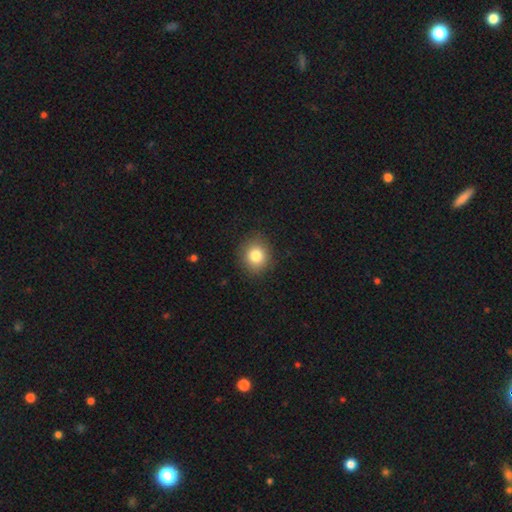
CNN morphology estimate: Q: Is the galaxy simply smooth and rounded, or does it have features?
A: smooth — 83%.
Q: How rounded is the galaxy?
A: round — 80%.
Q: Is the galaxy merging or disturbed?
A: none — 88%.